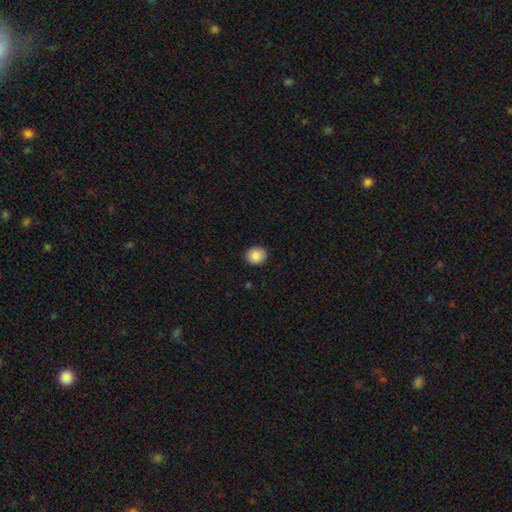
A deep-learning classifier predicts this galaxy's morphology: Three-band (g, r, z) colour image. It shows a smooth galaxy with no disk features (87%) that is round (75%). Merging: none (90%).